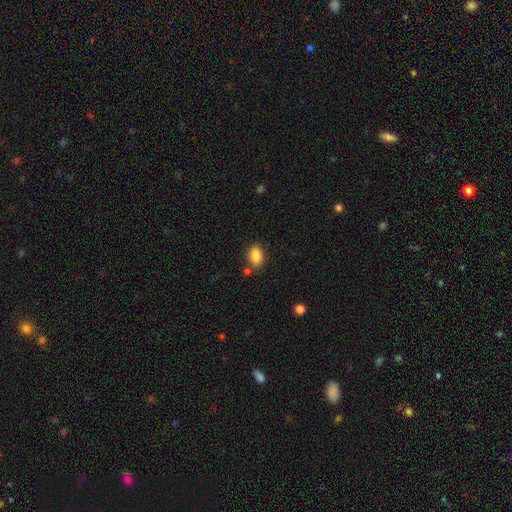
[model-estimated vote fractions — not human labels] Smooth or featured?
  - smooth: 86% *
  - star or artifact: 8%
  - featured or disk: 5%
How rounded?
  - in between: 85% *
  - round: 13%
  - cigar-shaped: 2%
Merging?
  - none: 79% *
  - minor disturbance: 12%
  - merger: 6%
  - major disturbance: 3%